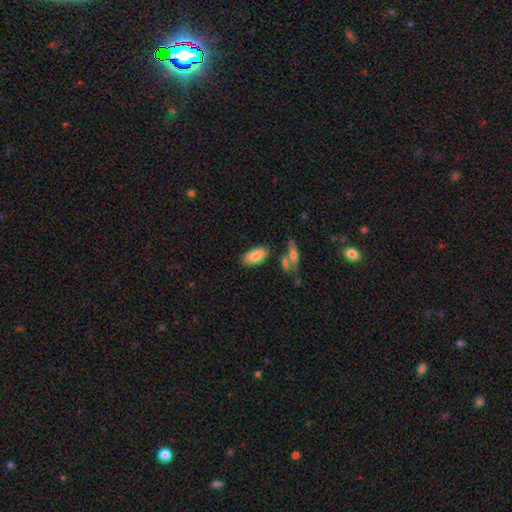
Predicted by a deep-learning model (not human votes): smooth-or-featured: smooth: 84% | featured or disk: 10% | star or artifact: 6%
  how-rounded: in between: 90% | cigar-shaped: 8% | round: 2%
  merging: none: 76% | minor disturbance: 13% | merger: 8% | major disturbance: 3%